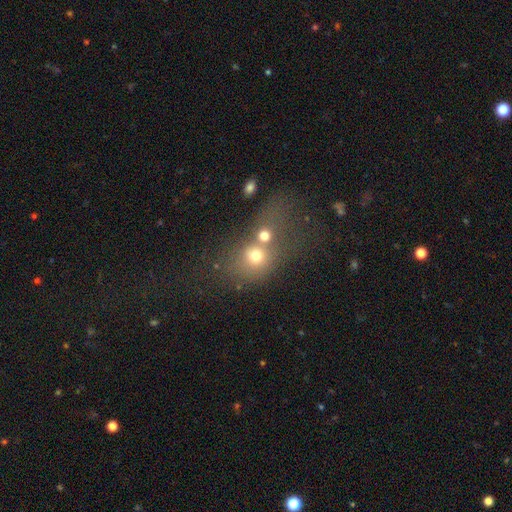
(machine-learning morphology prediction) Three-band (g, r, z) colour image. It shows a smooth galaxy with no disk features (64%) that is round (66%). Merging: merger (57%).